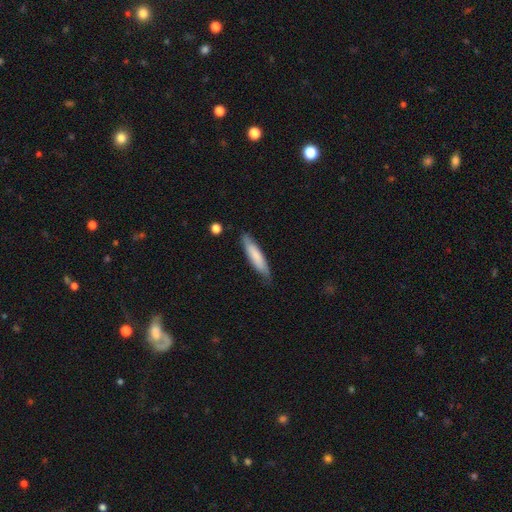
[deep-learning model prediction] Smooth or featured? Predicted: smooth (p=0.75). How rounded? Predicted: cigar-shaped (p=0.81). Merging? Predicted: none (p=0.77).